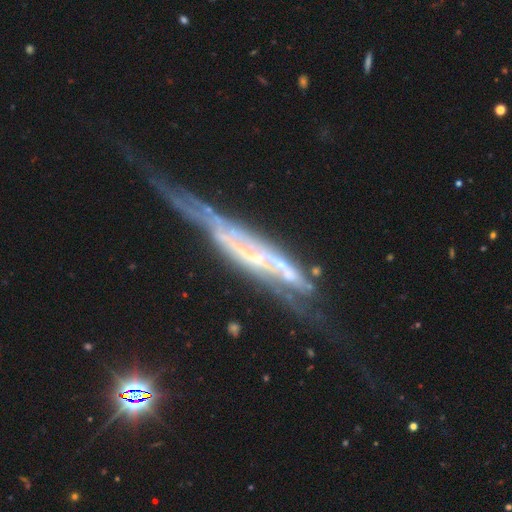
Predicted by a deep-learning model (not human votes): Smooth or featured?
  - featured or disk: 83% *
  - smooth: 9%
  - star or artifact: 8%
Edge-on disk?
  - yes: 55% *
  - no: 45%
Merging?
  - none: 40% *
  - major disturbance: 28%
  - minor disturbance: 23%
  - merger: 8%